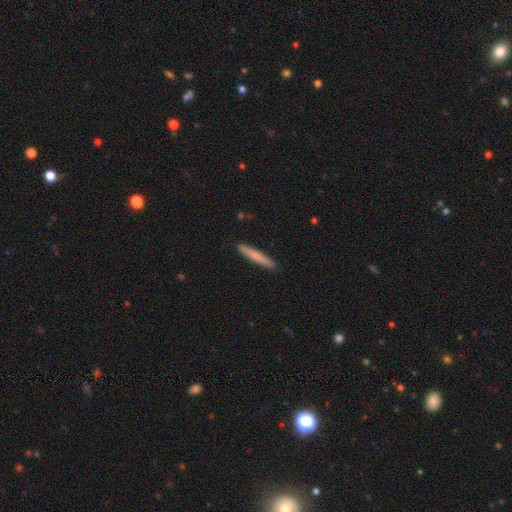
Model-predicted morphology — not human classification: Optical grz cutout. It shows a smooth galaxy with no disk features (76%) that is cigar-shaped (96%). Merging: none (92%).